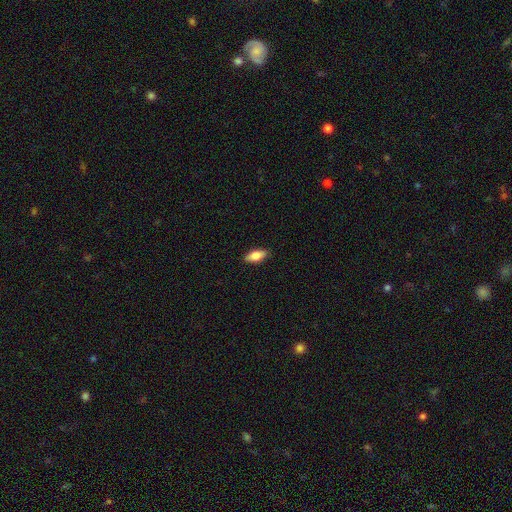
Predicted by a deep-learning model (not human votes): A smooth galaxy with no disk features (78%) that is in between round and cigar-shaped (80%). Merging: none (88%).